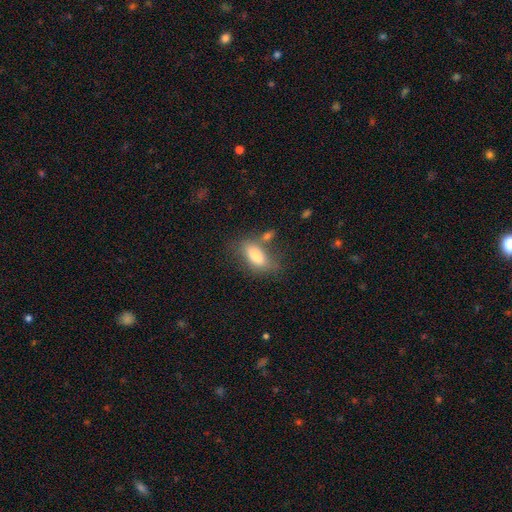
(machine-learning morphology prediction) Smooth or featured? Predicted: smooth (p=0.76). How rounded? Predicted: in between (p=0.82). Merging? Predicted: none (p=0.60).